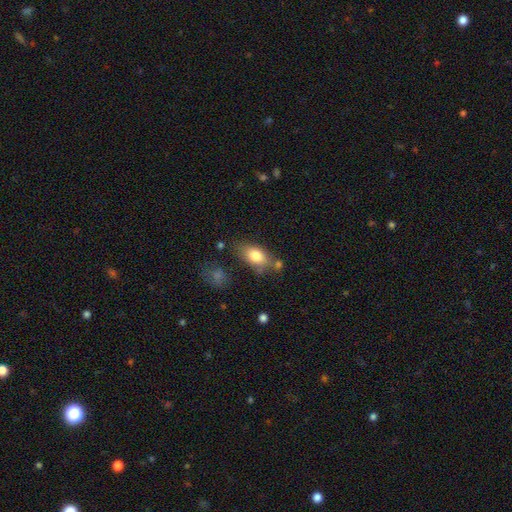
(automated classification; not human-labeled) Smooth or featured? smooth (79%)
How rounded? in between (85%)
Merging? none (65%)